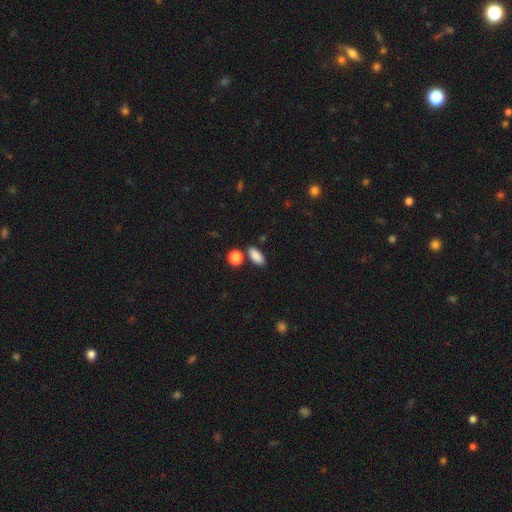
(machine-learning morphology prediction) type=smooth (87%); roundness=in between (83%); merging=none (79%).